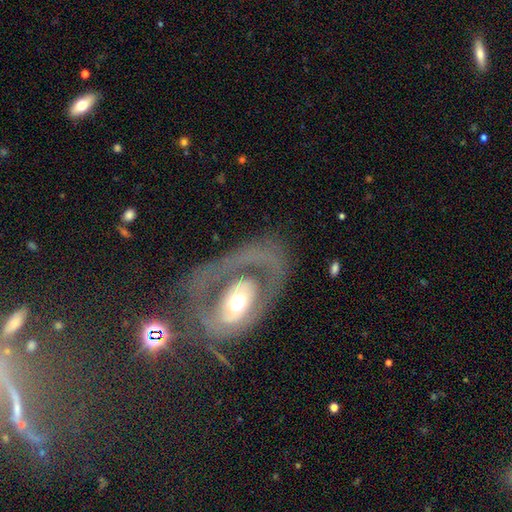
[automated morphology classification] featured or disk 74%, smooth 17%, star or artifact 9%. Down the decision tree: edge-on disk — no (94%); bar — no (59%); spiral arms — yes (54%); bulge size — moderate (65%); merging — none (50%).